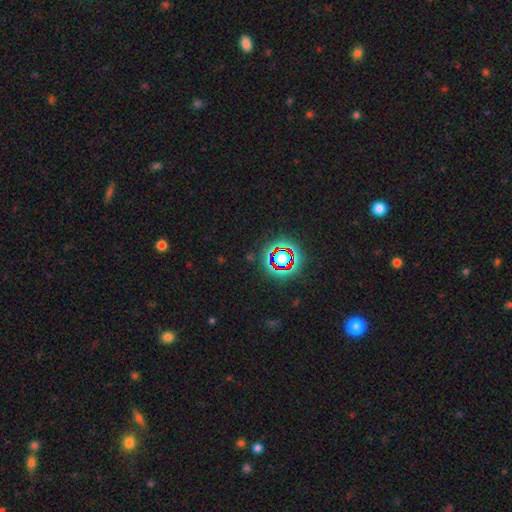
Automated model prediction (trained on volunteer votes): Smooth or featured? star or artifact (77%)